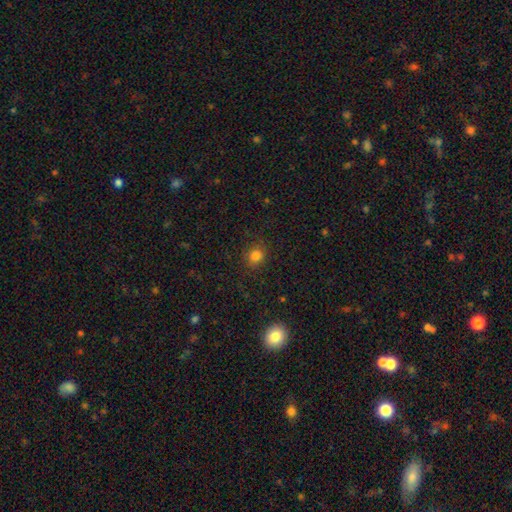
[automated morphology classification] The model was most divided on "how rounded": round: 80%, in between: 19%, cigar-shaped: 1%. More confident: merging — none (86%); smooth or featured — smooth (81%).